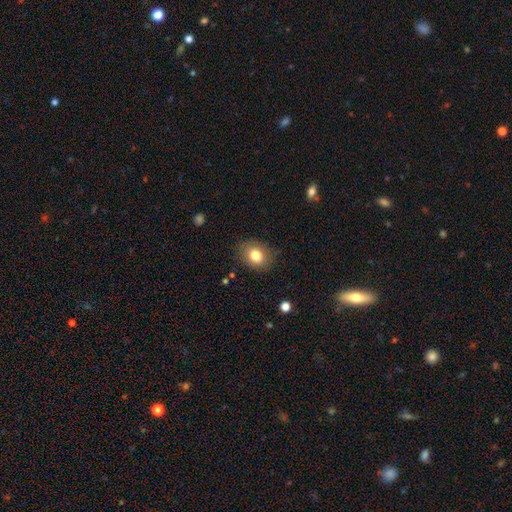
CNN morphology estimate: Q: Smooth or featured?
A: smooth (80%); runner-up: featured or disk (10%)
Q: How rounded?
A: in between (54%); runner-up: round (45%)
Q: Merging?
A: none (84%); runner-up: minor disturbance (12%)